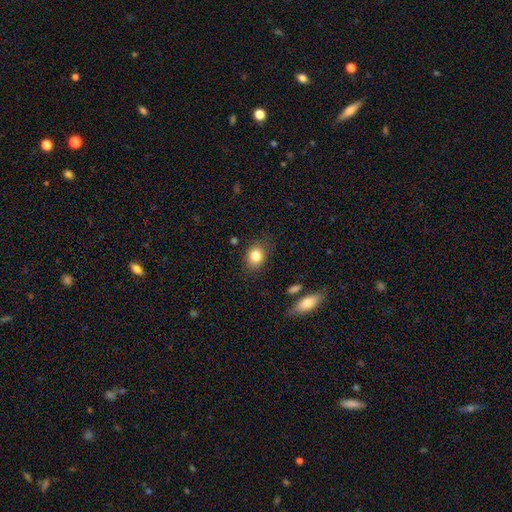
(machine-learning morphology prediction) This appears to be a smooth galaxy with no disk features (83%) that is in between round and cigar-shaped (52%). Merging: none (81%).